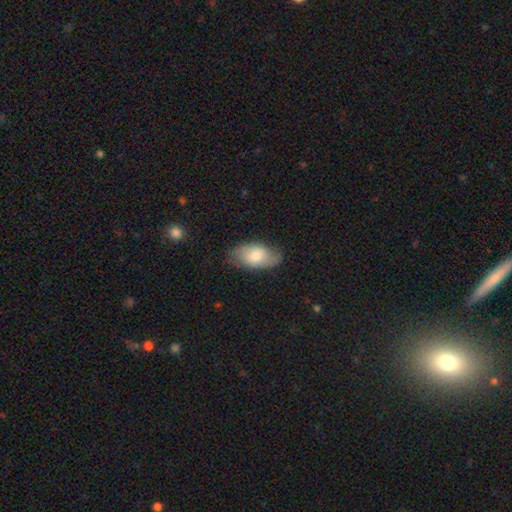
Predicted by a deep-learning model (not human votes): The model was most divided on "smooth or featured": smooth: 70%, featured or disk: 24%, star or artifact: 6%. More confident: how rounded — in between (93%); merging — none (76%).